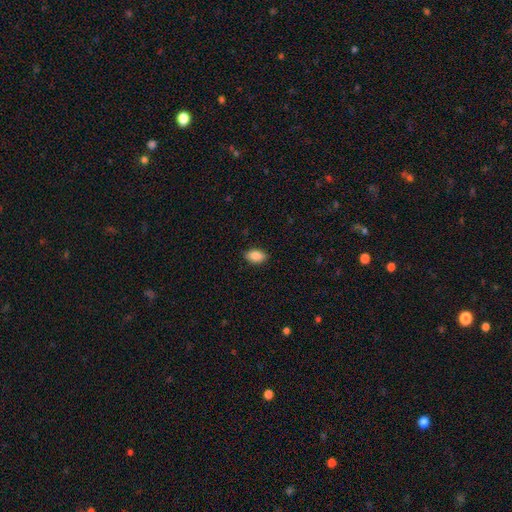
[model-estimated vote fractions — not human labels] smooth 88%, star or artifact 7%, featured or disk 5%. Down the decision tree: how rounded — in between (91%); merging — none (88%).